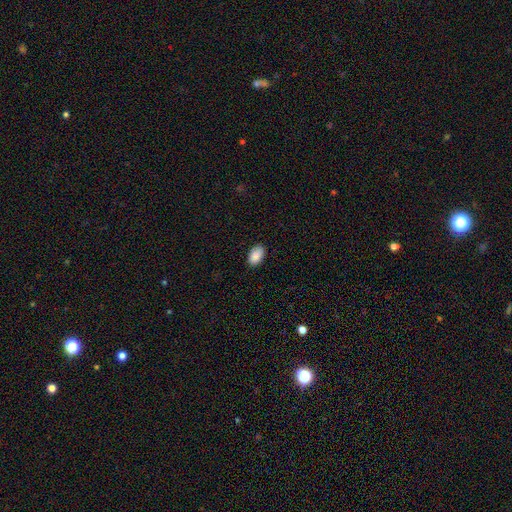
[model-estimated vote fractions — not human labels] smooth 89%, star or artifact 7%, featured or disk 4%. Down the decision tree: how rounded — in between (93%); merging — none (88%).